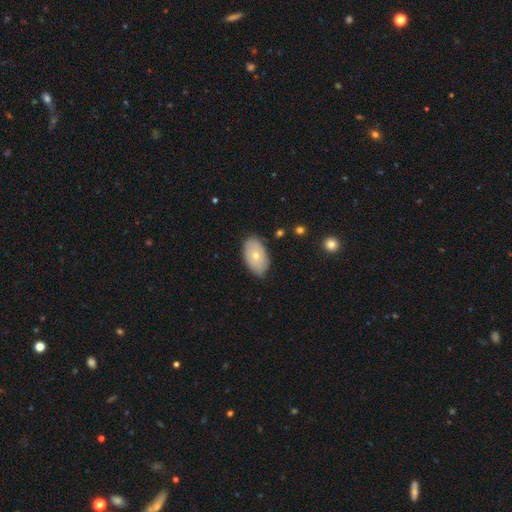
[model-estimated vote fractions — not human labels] Overall: smooth (63%; featured or disk 31%). How rounded: in between (92%). Merging: none (79%).